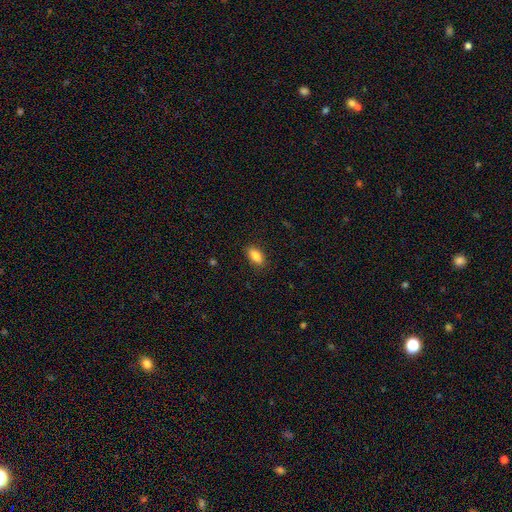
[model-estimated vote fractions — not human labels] Smooth or featured? smooth (83%)
How rounded? in between (86%)
Merging? none (87%)